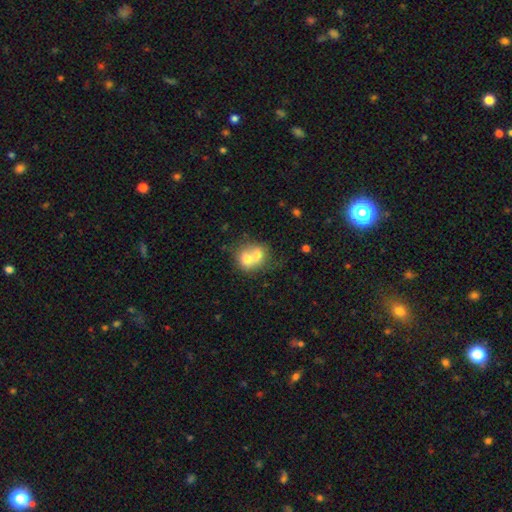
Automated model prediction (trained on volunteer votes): The model was most divided on "how rounded": round: 69%, in between: 31%, cigar-shaped: 1%. More confident: merging — merger (72%); smooth or featured — smooth (65%).